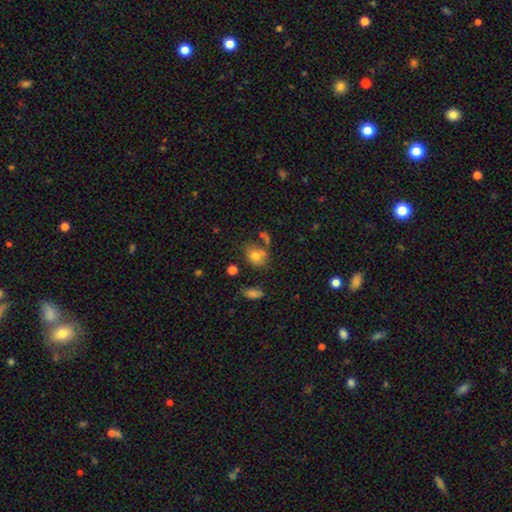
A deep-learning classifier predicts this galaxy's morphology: smooth_or_featured: smooth (p=0.74) [alt: featured or disk p=0.14]
how_rounded: in between (p=0.52) [alt: round p=0.46]
merging: none (p=0.58) [alt: minor disturbance p=0.20]